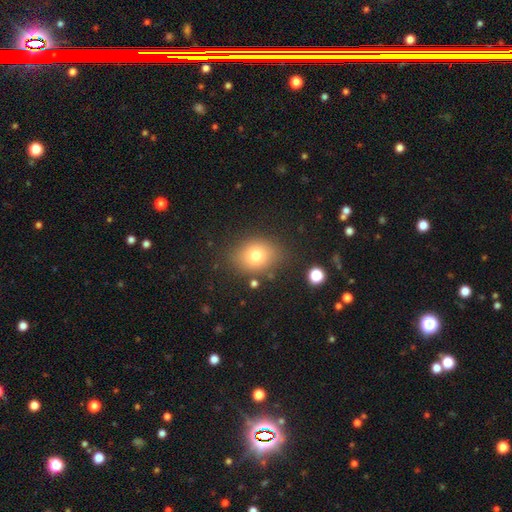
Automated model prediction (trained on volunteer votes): Morphology: type=smooth (76%); roundness=round (50%); merging=none (80%).